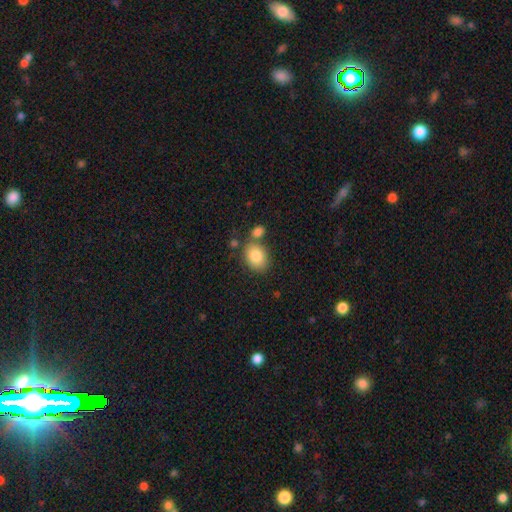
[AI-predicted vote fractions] Smooth or featured? smooth (84%)
How rounded? in between (62%)
Merging? none (65%)